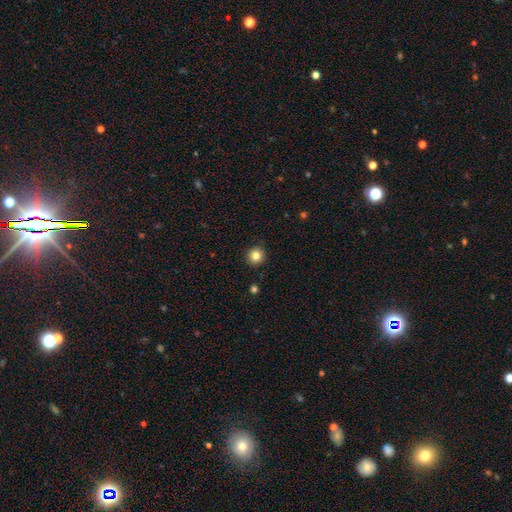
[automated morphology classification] Q: Smooth or featured?
A: smooth (84%); runner-up: star or artifact (11%)
Q: How rounded?
A: round (93%); runner-up: in between (6%)
Q: Merging?
A: none (92%); runner-up: minor disturbance (5%)